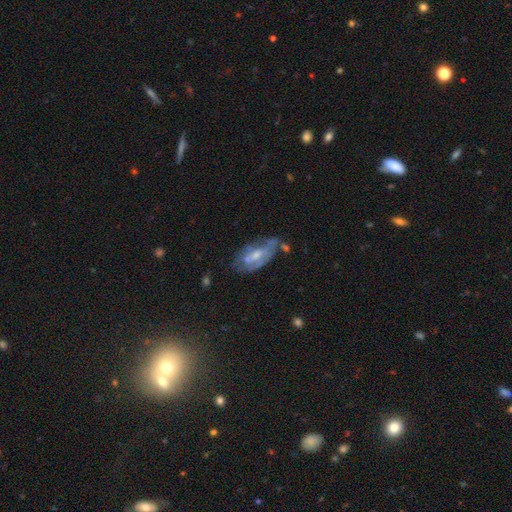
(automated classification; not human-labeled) A featured or disk galaxy (61%) with no bar (51%), spiral arms (52%) and a moderate central bulge (47%).

Vote fractions:
- Smooth or featured? featured or disk: 61% / smooth: 31% / star or artifact: 8%
- Edge-on disk? no: 88% / yes: 12%
- Bar? no: 51% / weak: 38% / strong: 11%
- Spiral arms? yes: 52% / no: 48%
- Bulge size? moderate: 47% / small: 42% / none: 6% / large: 4% / dominant: 1%
- Merging? none: 42% / minor disturbance: 30% / major disturbance: 18% / merger: 10%